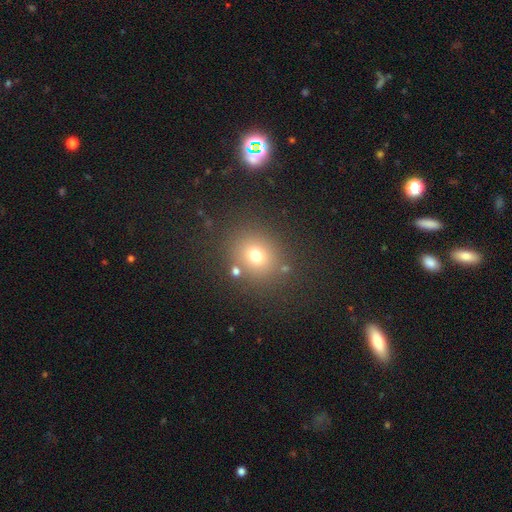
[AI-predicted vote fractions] Q: Smooth or featured?
A: smooth (71%); runner-up: star or artifact (19%)
Q: How rounded?
A: round (78%); runner-up: in between (21%)
Q: Merging?
A: none (80%); runner-up: minor disturbance (9%)